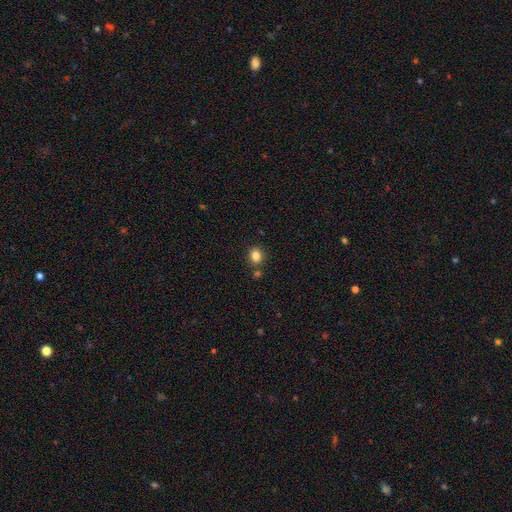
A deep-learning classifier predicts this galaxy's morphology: smooth-or-featured: smooth: 84% | star or artifact: 11% | featured or disk: 5%
  how-rounded: round: 55% | in between: 44% | cigar-shaped: 1%
  merging: none: 79% | minor disturbance: 10% | merger: 9% | major disturbance: 3%